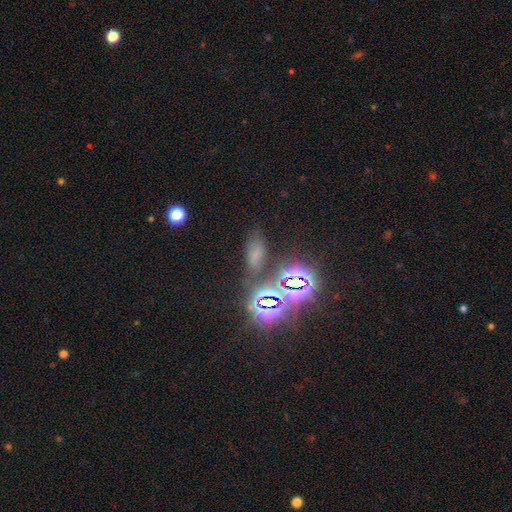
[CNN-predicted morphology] Q: Smooth or featured?
A: star or artifact (47%); runner-up: smooth (42%)